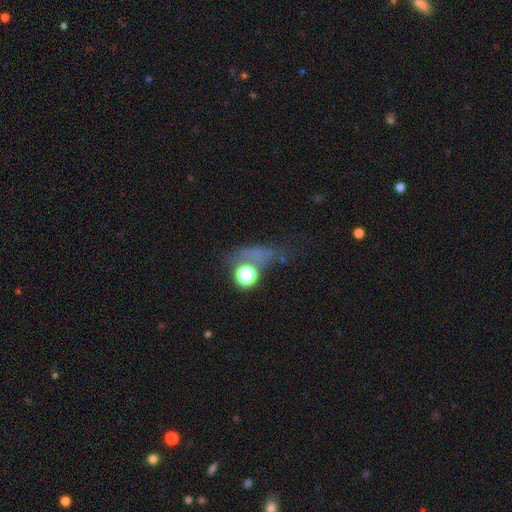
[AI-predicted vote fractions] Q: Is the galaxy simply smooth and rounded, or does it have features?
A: smooth — 43%.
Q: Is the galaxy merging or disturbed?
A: none — 52%.